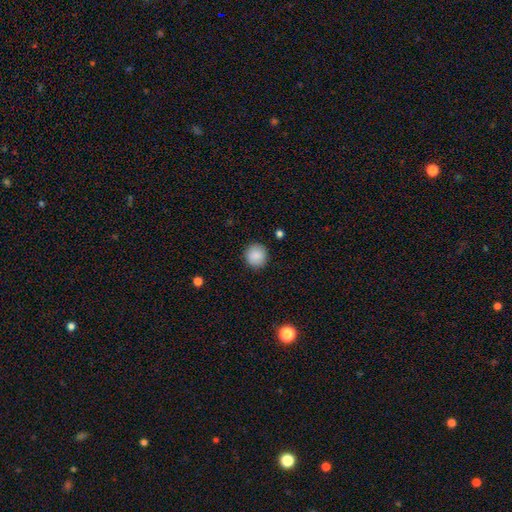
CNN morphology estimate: Smooth or featured? Predicted: smooth (p=0.89). How rounded? Predicted: round (p=0.94). Merging? Predicted: none (p=0.91).